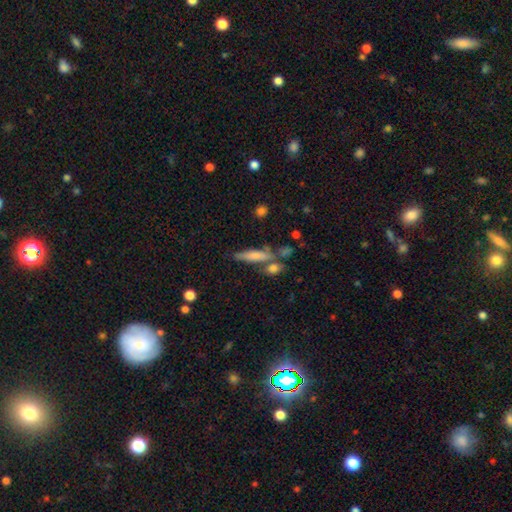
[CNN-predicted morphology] Q: Smooth or featured?
A: smooth (65%); runner-up: featured or disk (28%)
Q: How rounded?
A: cigar-shaped (75%); runner-up: in between (22%)
Q: Merging?
A: none (59%); runner-up: merger (21%)